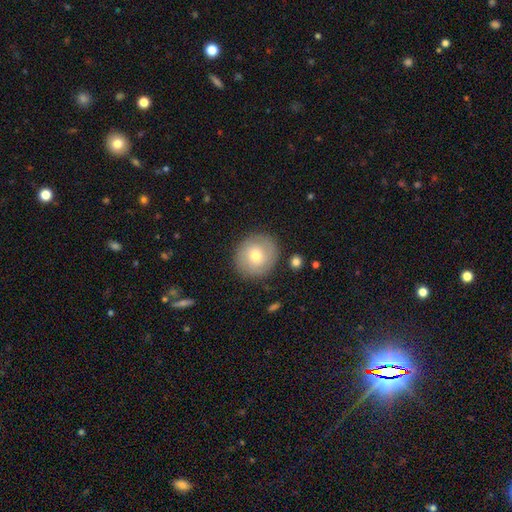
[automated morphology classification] smooth_or_featured: smooth (p=0.61) [alt: featured or disk p=0.31]
how_rounded: round (p=0.91) [alt: in between p=0.08]
merging: none (p=0.85) [alt: minor disturbance p=0.10]